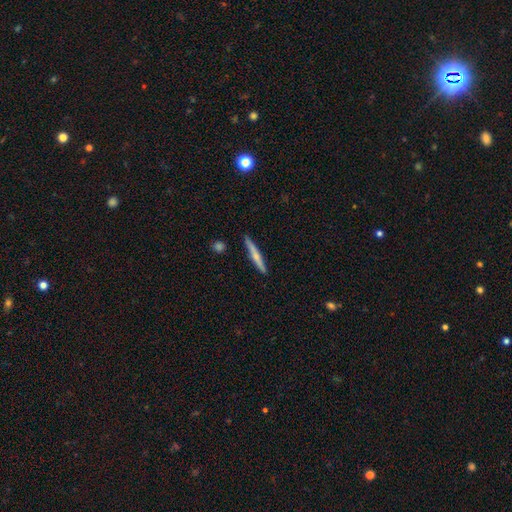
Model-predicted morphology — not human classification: type=featured or disk (48%); merging=none (89%).